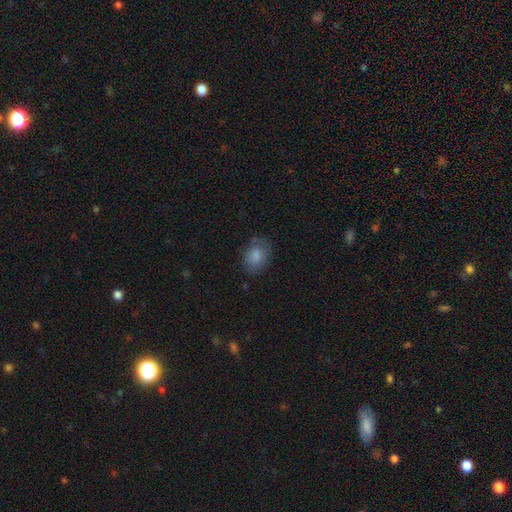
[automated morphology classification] Smooth or featured: smooth — 81% (featured or disk — 11%)
How rounded: in between — 73% (round — 26%)
Merging: none — 72% (minor disturbance — 20%)